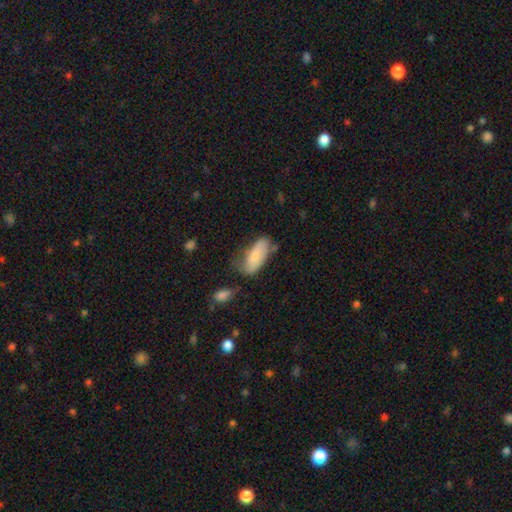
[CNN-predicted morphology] A smooth galaxy with no disk features (77%) that is in between round and cigar-shaped (84%).

Vote fractions:
- Smooth or featured? smooth: 77% / featured or disk: 16% / star or artifact: 7%
- How rounded? in between: 84% / cigar-shaped: 14% / round: 2%
- Merging? none: 45% / minor disturbance: 34% / major disturbance: 14% / merger: 7%